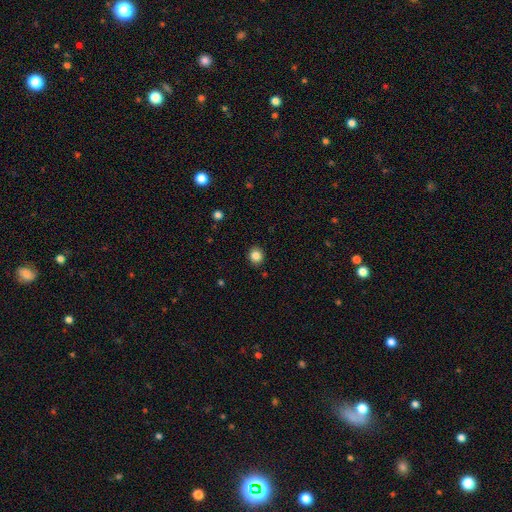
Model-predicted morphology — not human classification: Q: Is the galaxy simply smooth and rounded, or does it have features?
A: smooth — 84%.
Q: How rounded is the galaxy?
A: round — 86%.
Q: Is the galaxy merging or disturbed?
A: none — 91%.